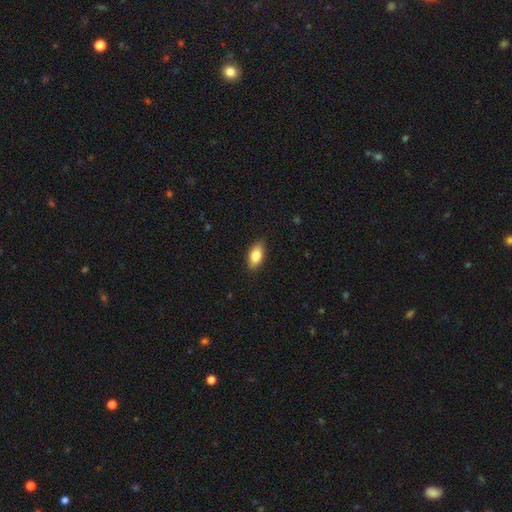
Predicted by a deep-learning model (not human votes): A smooth galaxy with no disk features (81%) that is in between round and cigar-shaped (89%).

Vote fractions:
- Smooth or featured? smooth: 81% / featured or disk: 12% / star or artifact: 7%
- How rounded? in between: 89% / cigar-shaped: 7% / round: 4%
- Merging? none: 87% / minor disturbance: 10% / major disturbance: 2% / merger: 1%